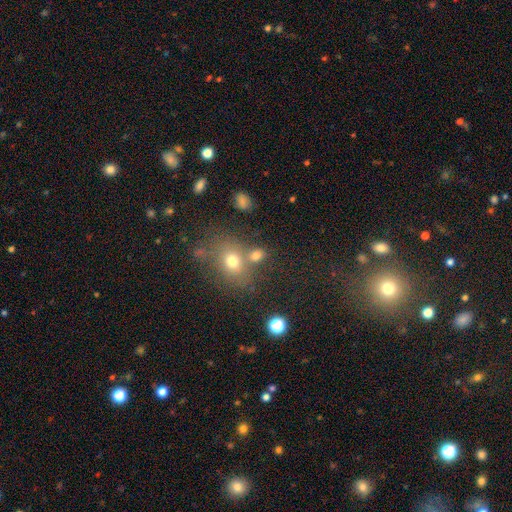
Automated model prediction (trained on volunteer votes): A smooth galaxy with no disk features (72%) that is in between round and cigar-shaped (52%). Merging: none (56%).